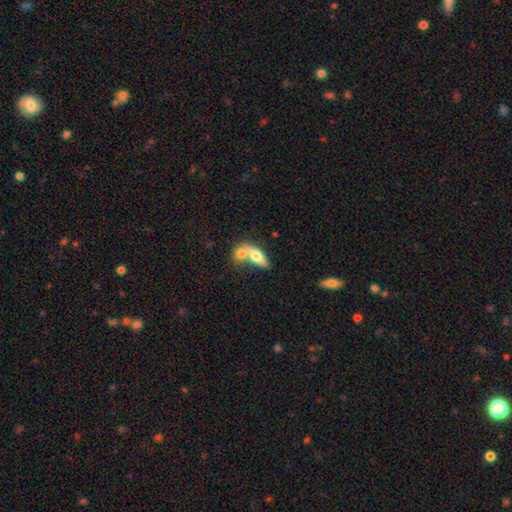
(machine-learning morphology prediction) smooth 66%, featured or disk 27%, star or artifact 6%. Down the decision tree: how rounded — in between (69%); merging — merger (62%).